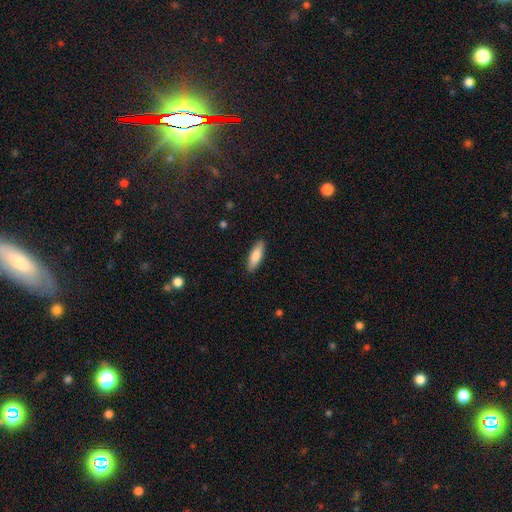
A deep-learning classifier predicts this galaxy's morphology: Smooth or featured? smooth (84%)
How rounded? in between (51%)
Merging? none (89%)